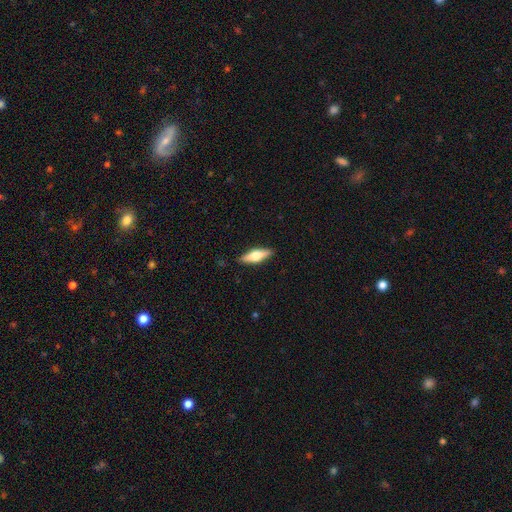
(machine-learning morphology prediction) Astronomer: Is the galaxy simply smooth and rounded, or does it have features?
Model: featured or disk — 49% (runner-up: smooth, 45%).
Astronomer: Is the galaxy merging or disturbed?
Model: none — 89%.